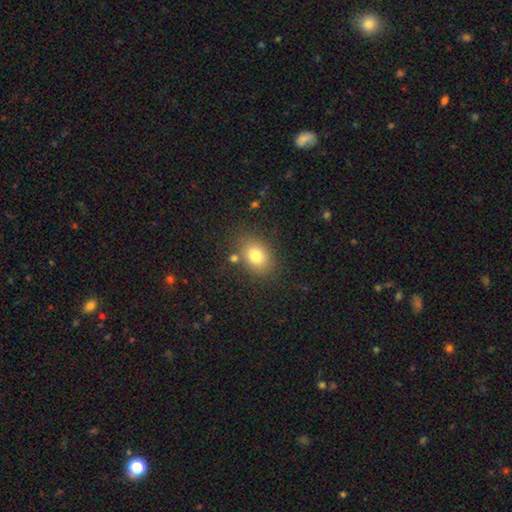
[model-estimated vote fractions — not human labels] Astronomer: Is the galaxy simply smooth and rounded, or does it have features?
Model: smooth — 80%.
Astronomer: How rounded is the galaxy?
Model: in between — 66%.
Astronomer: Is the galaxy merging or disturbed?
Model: none — 77%.